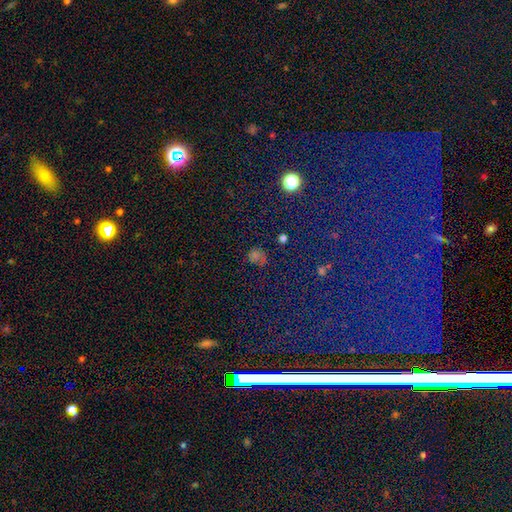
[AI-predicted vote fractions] Smooth or featured: smooth — 49% (star or artifact — 40%)
Merging: none — 70% (minor disturbance — 16%)